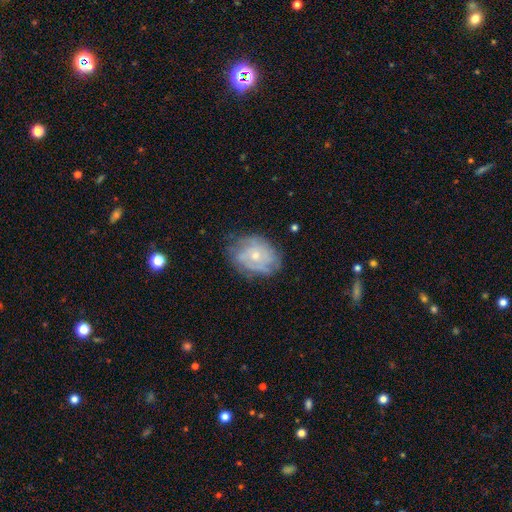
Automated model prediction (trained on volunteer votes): Smooth or featured? featured or disk (65%)
Edge-on disk? no (97%)
Bar? no (82%)
Spiral arms? yes (71%)
Bulge size? small (56%)
Merging? none (63%)